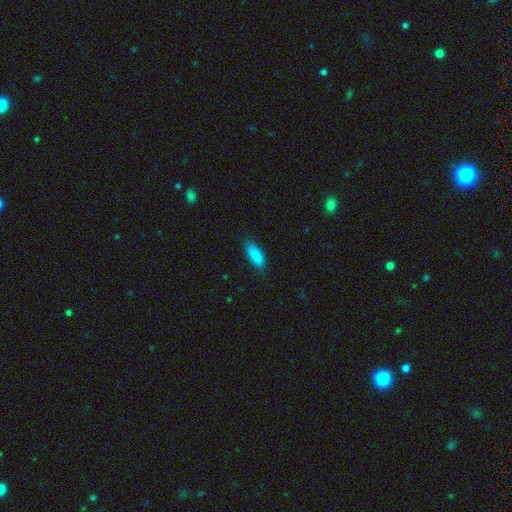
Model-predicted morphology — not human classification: Overall: smooth (88%). How rounded: in between (73%). Merging: none (84%).